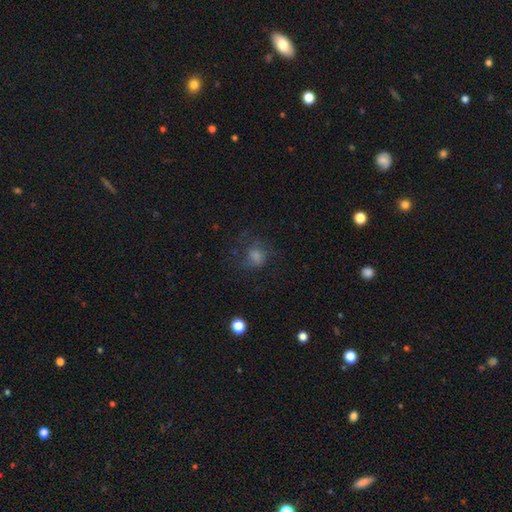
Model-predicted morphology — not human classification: A smooth galaxy with no disk features (51%) that is round (73%).

Vote fractions:
- Smooth or featured? smooth: 51% / featured or disk: 27% / star or artifact: 22%
- How rounded? round: 73% / in between: 26% / cigar-shaped: 1%
- Merging? none: 58% / major disturbance: 21% / minor disturbance: 19% / merger: 2%